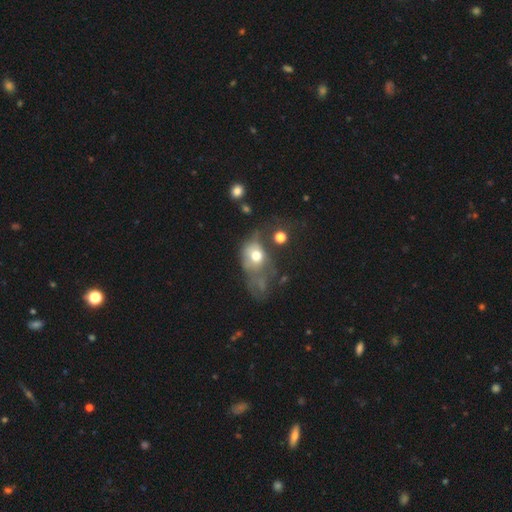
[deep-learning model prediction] A smooth galaxy with no disk features (59%) that is in between round and cigar-shaped (57%). Merging: major disturbance (50%).